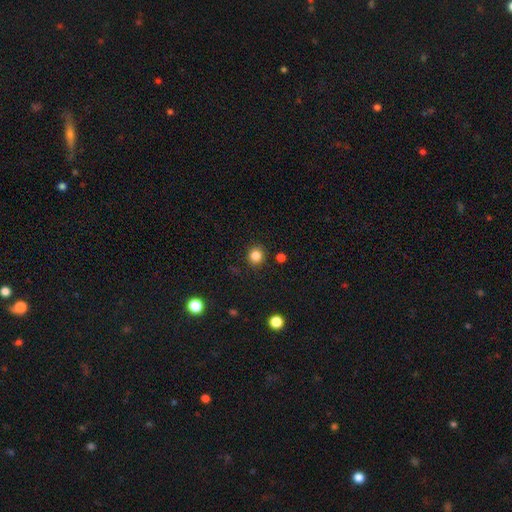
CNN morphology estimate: smooth 83%, star or artifact 12%, featured or disk 5%. Down the decision tree: how rounded — round (89%); merging — none (89%).